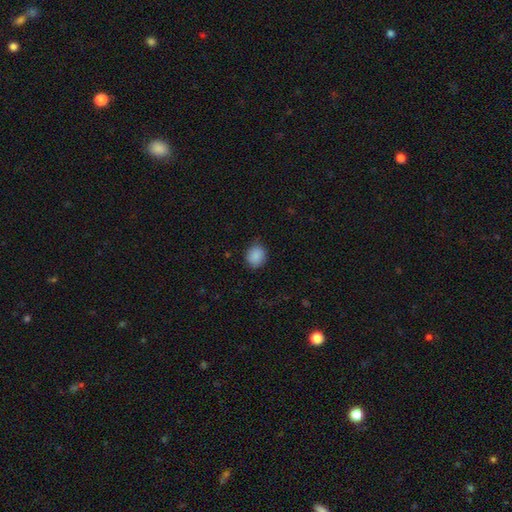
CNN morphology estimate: A smooth galaxy with no disk features (89%) that is round (65%).

Vote fractions:
- Smooth or featured? smooth: 89% / star or artifact: 8% / featured or disk: 3%
- How rounded? round: 65% / in between: 34% / cigar-shaped: 1%
- Merging? none: 80% / minor disturbance: 15% / major disturbance: 3% / merger: 1%